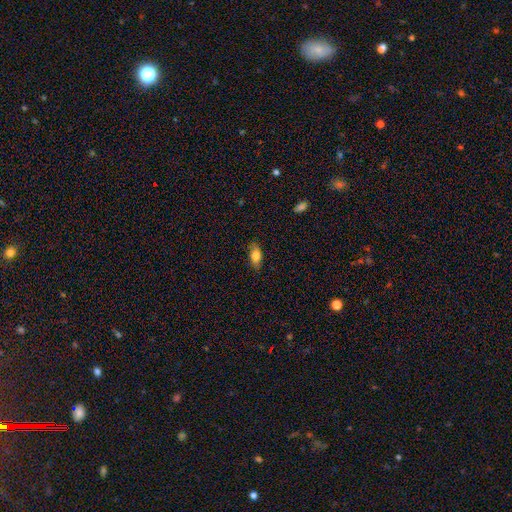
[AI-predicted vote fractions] Q: Smooth or featured?
A: smooth (78%); runner-up: featured or disk (14%)
Q: How rounded?
A: in between (84%); runner-up: cigar-shaped (12%)
Q: Merging?
A: none (82%); runner-up: minor disturbance (14%)